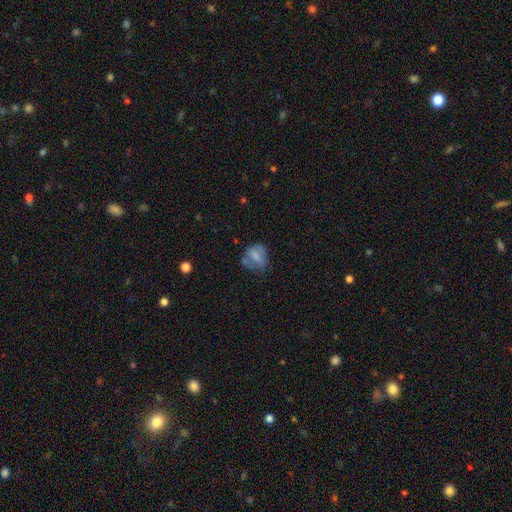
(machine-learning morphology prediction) Smooth or featured? smooth (60%)
How rounded? round (53%)
Merging? none (46%)